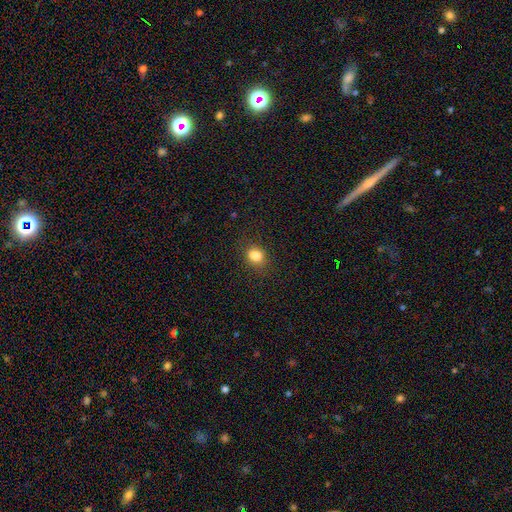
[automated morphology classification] Overall: smooth (83%). How rounded: round (55%; in between 44%). Merging: none (80%).